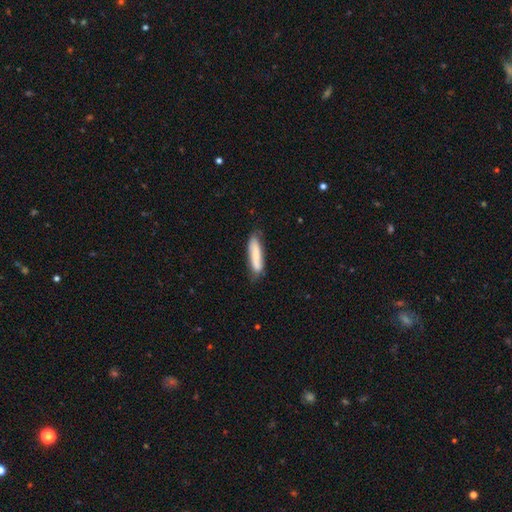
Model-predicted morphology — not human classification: Smooth or featured: smooth — 74% (featured or disk — 20%)
How rounded: cigar-shaped — 73% (in between — 25%)
Merging: none — 69% (minor disturbance — 24%)